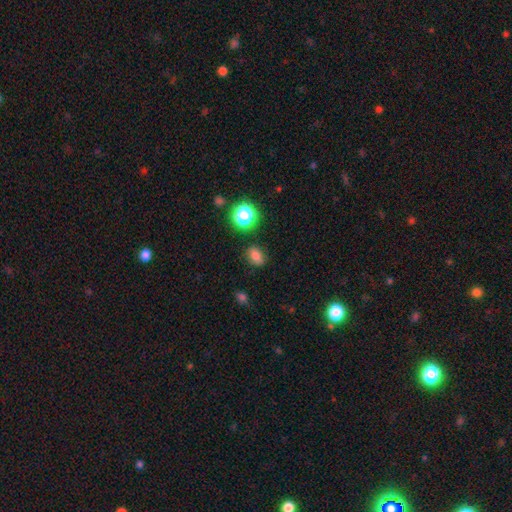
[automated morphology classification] smooth_or_featured: smooth (p=0.77) [alt: star or artifact p=0.17]
how_rounded: in between (p=0.69) [alt: round p=0.30]
merging: none (p=0.80) [alt: minor disturbance p=0.14]